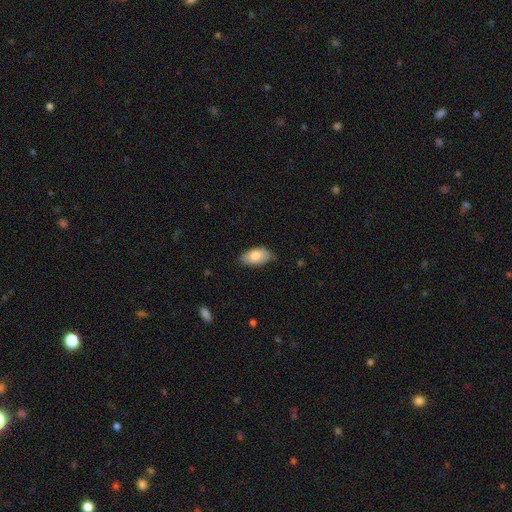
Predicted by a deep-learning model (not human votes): smooth-or-featured: smooth: 82% | featured or disk: 12% | star or artifact: 6%
  how-rounded: in between: 94% | round: 3% | cigar-shaped: 3%
  merging: none: 71% | minor disturbance: 24% | major disturbance: 4% | merger: 1%